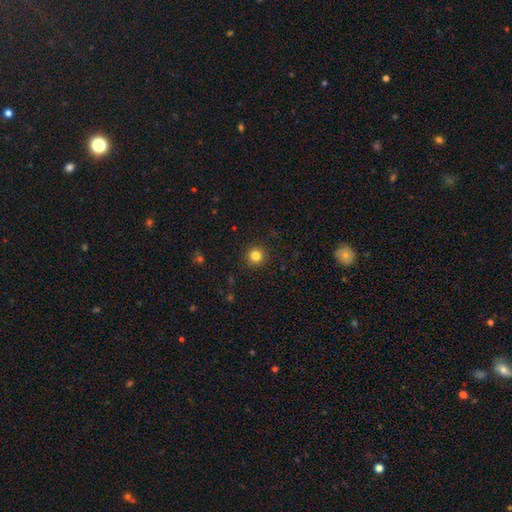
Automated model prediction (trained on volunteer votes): Morphology: type=smooth (83%); roundness=round (95%); merging=none (92%).